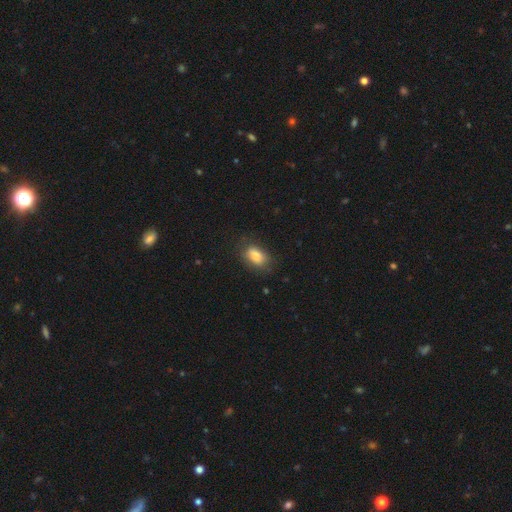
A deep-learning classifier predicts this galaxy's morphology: Smooth or featured? smooth (82%)
How rounded? in between (89%)
Merging? none (69%)